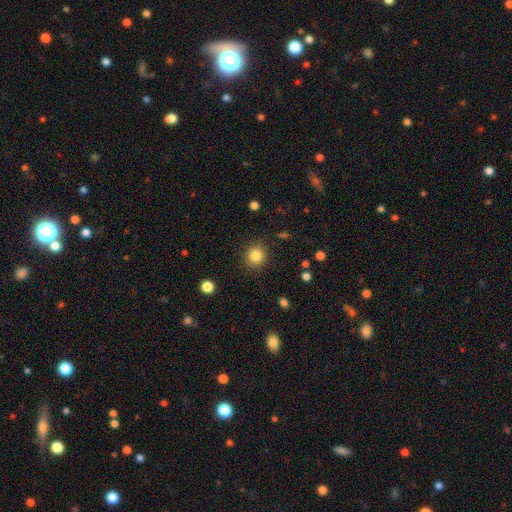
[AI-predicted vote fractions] Morphology: type=smooth (84%); roundness=round (87%); merging=none (89%).